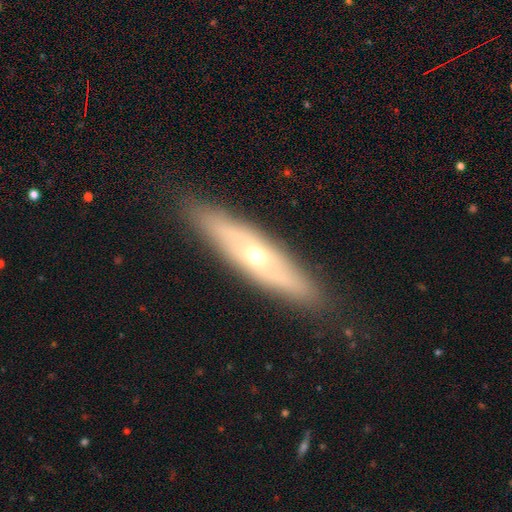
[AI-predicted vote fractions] A featured or disk galaxy (59%) viewed edge-on (64%).

Vote fractions:
- Smooth or featured? featured or disk: 59% / smooth: 34% / star or artifact: 7%
- Edge-on disk? yes: 64% / no: 36%
- Merging? none: 85% / minor disturbance: 11% / major disturbance: 3% / merger: 1%